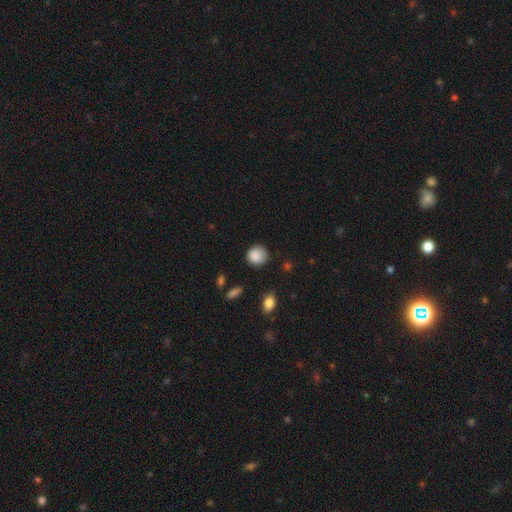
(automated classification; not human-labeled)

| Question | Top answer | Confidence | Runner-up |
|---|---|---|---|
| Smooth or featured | smooth | 88% | star or artifact (8%) |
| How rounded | round | 85% | in between (14%) |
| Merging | none | 78% | minor disturbance (16%) |